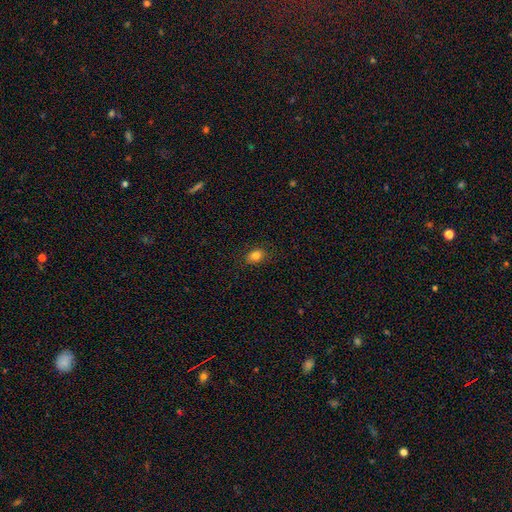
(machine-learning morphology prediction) This is clearly a smooth galaxy (83%). How rounded: likely in between (73%). Merging: clearly none (84%).